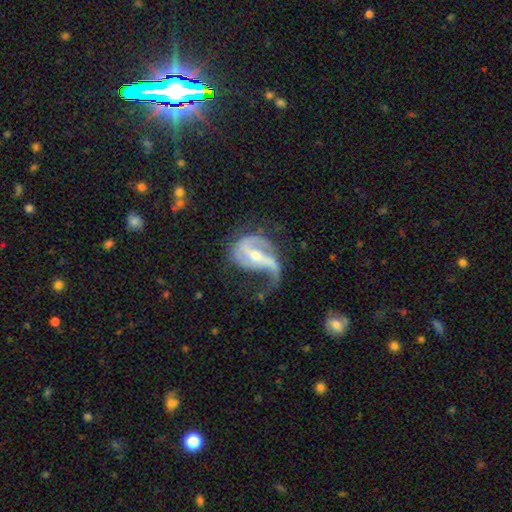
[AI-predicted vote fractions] This is clearly a featured or disk galaxy (86%). It is clearly not viewed edge-on (97%). Bar: marginally strong (41%). Spiral arm pattern: clearly yes (93%). Spiral arm count: possibly 2 (60%). Spiral winding: possibly loose (57%). Central bulge: possibly moderate (49%). Merging: marginally major disturbance (40%).